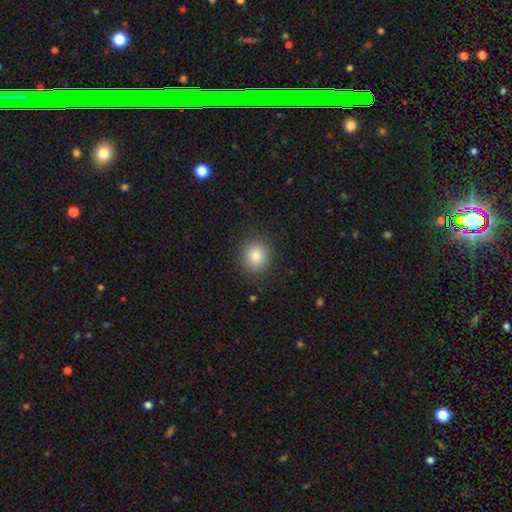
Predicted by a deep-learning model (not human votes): Smooth or featured?
  - smooth: 84% *
  - star or artifact: 11%
  - featured or disk: 6%
How rounded?
  - round: 83% *
  - in between: 16%
  - cigar-shaped: 1%
Merging?
  - none: 89% *
  - minor disturbance: 7%
  - major disturbance: 2%
  - merger: 1%